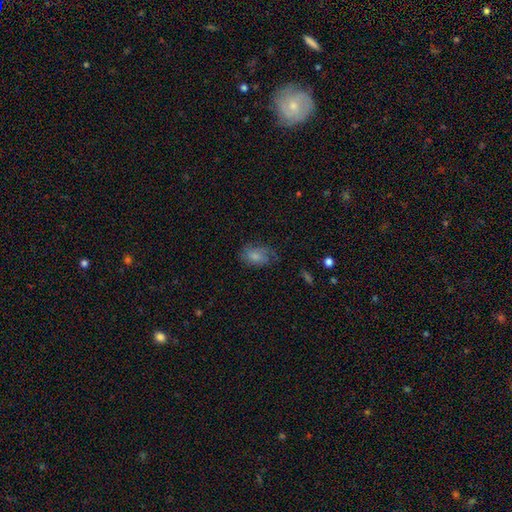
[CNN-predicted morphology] A smooth galaxy with no disk features (70%) that is in between round and cigar-shaped (80%).

Vote fractions:
- Smooth or featured? smooth: 70% / featured or disk: 21% / star or artifact: 9%
- How rounded? in between: 80% / round: 19% / cigar-shaped: 2%
- Merging? none: 57% / minor disturbance: 27% / major disturbance: 15% / merger: 2%